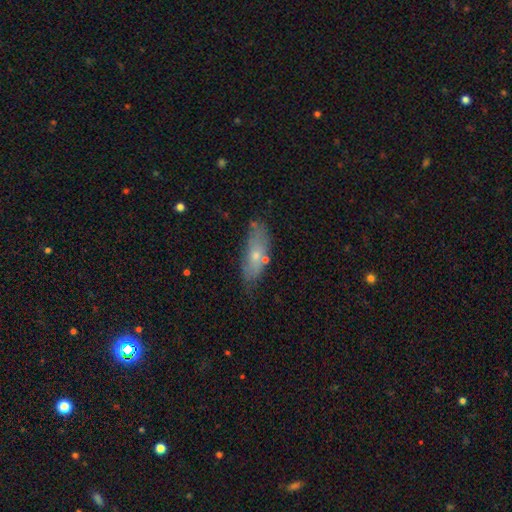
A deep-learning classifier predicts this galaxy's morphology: Smooth or featured?
  - smooth: 60% *
  - featured or disk: 33%
  - star or artifact: 8%
How rounded?
  - in between: 67% *
  - cigar-shaped: 30%
  - round: 3%
Merging?
  - none: 64% *
  - minor disturbance: 23%
  - merger: 7%
  - major disturbance: 6%